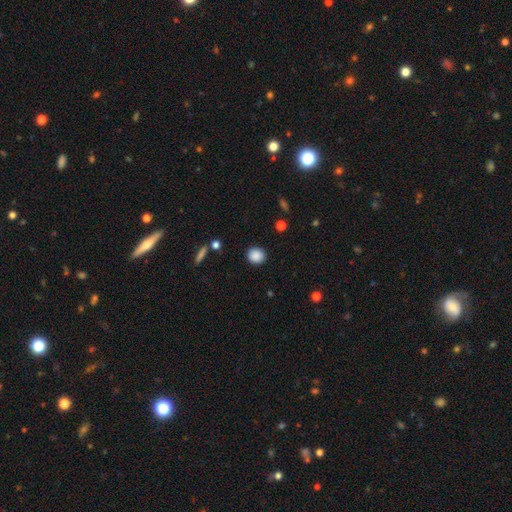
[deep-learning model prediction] Smooth or featured? Predicted: smooth (p=0.88). How rounded? Predicted: round (p=0.78). Merging? Predicted: none (p=0.90).